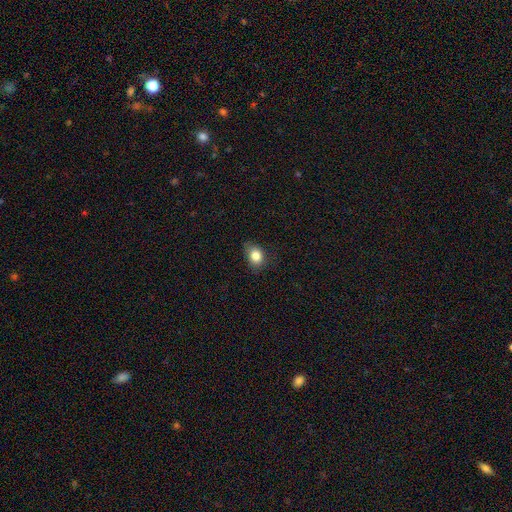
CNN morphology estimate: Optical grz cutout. It shows a smooth galaxy with no disk features (83%) that is in between round and cigar-shaped (58%). Merging: none (74%).